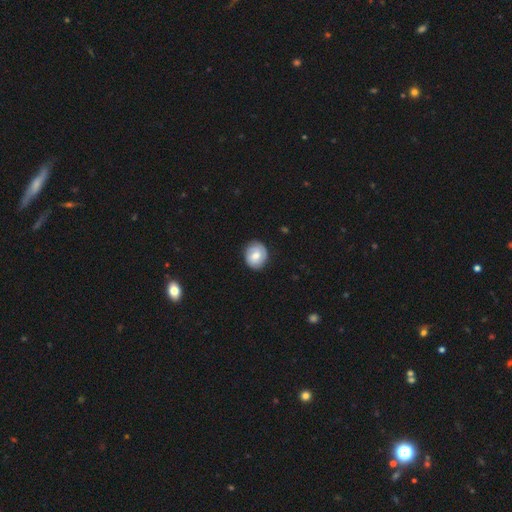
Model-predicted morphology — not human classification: Smooth or featured: smooth — 48% (featured or disk — 45%)
Merging: none — 83% (minor disturbance — 13%)